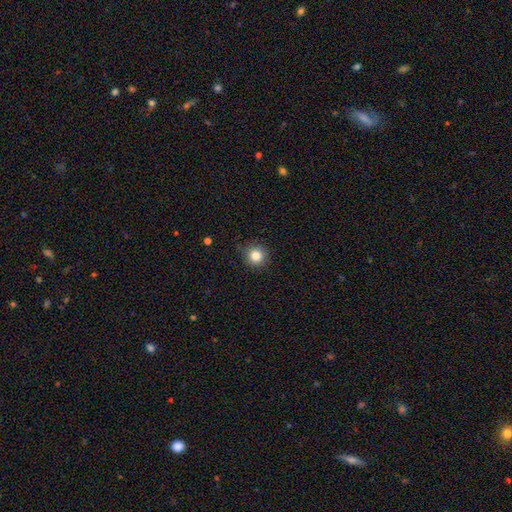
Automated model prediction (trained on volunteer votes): This is clearly a smooth galaxy (84%). How rounded: clearly round (93%). Merging: clearly none (88%).